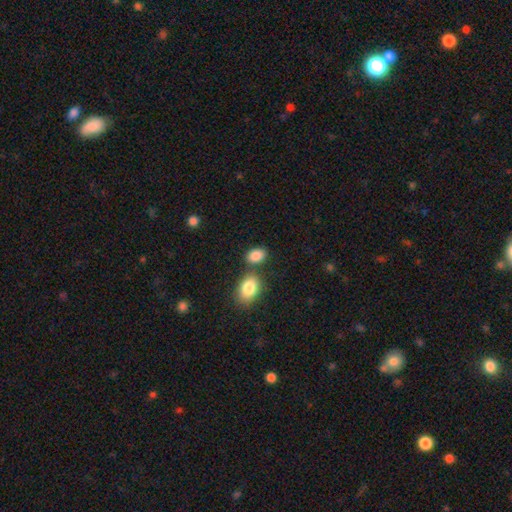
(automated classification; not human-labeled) smooth 87%, star or artifact 8%, featured or disk 5%. Down the decision tree: how rounded — in between (82%); merging — none (64%).